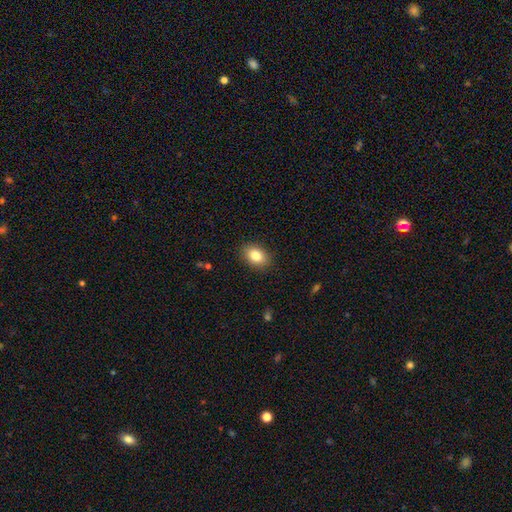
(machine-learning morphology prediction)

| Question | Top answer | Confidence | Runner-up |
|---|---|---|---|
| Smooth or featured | smooth | 84% | star or artifact (8%) |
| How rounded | in between | 79% | round (20%) |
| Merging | none | 88% | minor disturbance (9%) |